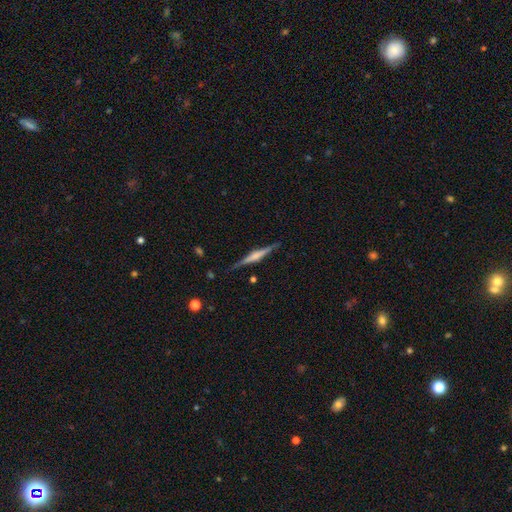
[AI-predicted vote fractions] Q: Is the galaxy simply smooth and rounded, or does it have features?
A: featured or disk — 74%.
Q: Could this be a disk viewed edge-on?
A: yes — 98%.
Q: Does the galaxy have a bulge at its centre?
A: rounded — 59%.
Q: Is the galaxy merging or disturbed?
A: none — 88%.